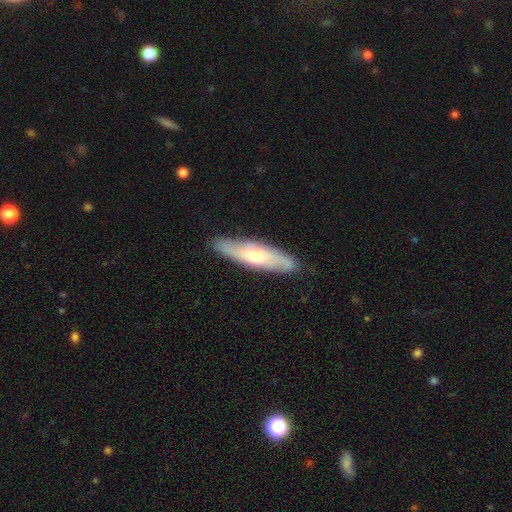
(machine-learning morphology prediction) Overall: featured or disk (50%; smooth 44%). Merging: none (86%).